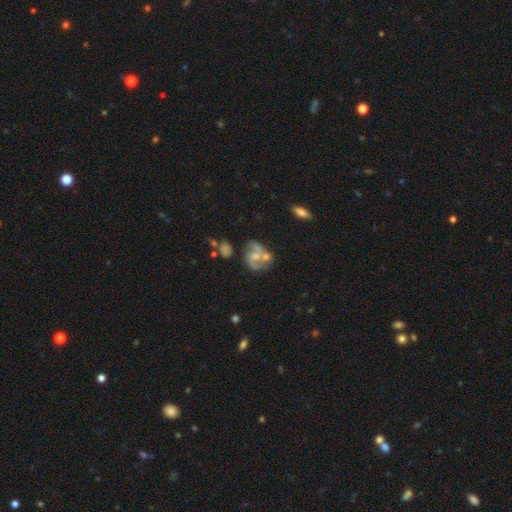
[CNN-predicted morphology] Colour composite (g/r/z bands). It shows a featured or disk galaxy (68%) with no bar (61%), 2 (80%) medium (50%) spiral arms (82%) and a moderate central bulge (41%). Merging: none (40%).